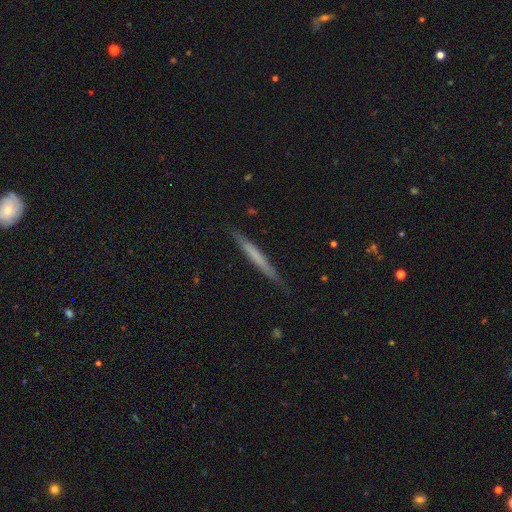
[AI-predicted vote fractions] smooth_or_featured: smooth (p=0.51) [alt: featured or disk p=0.43]
how_rounded: cigar-shaped (p=0.96) [alt: in between p=0.02]
merging: none (p=0.86) [alt: minor disturbance p=0.11]